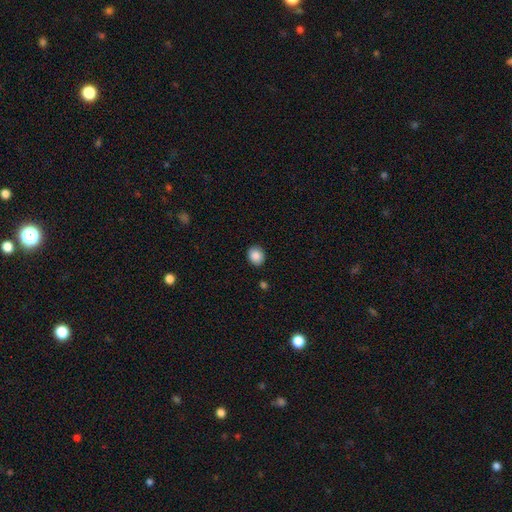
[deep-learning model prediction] This appears to be a smooth galaxy with no disk features (88%) that is round (69%). Merging: none (89%).